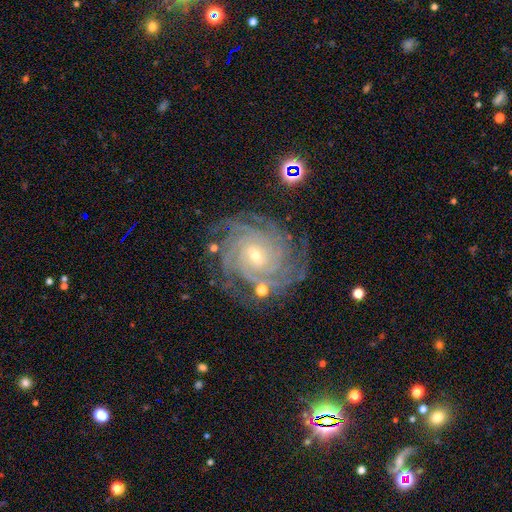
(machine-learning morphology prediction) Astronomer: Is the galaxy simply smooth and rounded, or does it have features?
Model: featured or disk — 91%.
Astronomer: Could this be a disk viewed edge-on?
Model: no — 98%.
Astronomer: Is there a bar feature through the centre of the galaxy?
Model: no — 50% (runner-up: weak, 38%).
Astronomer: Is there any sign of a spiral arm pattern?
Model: yes — 98%.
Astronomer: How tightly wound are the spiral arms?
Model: tight — 81%.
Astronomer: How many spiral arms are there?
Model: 4 — 32% (runner-up: more than 4, 25%).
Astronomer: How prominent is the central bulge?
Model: small — 71%.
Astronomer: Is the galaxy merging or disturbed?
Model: none — 77%.